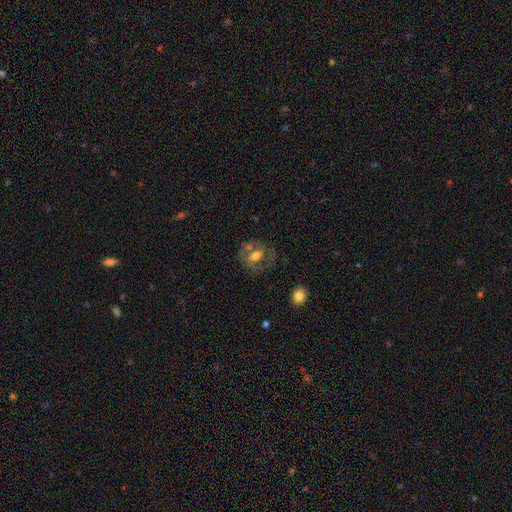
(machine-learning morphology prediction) A featured or disk galaxy (52%). Merging: none (59%).